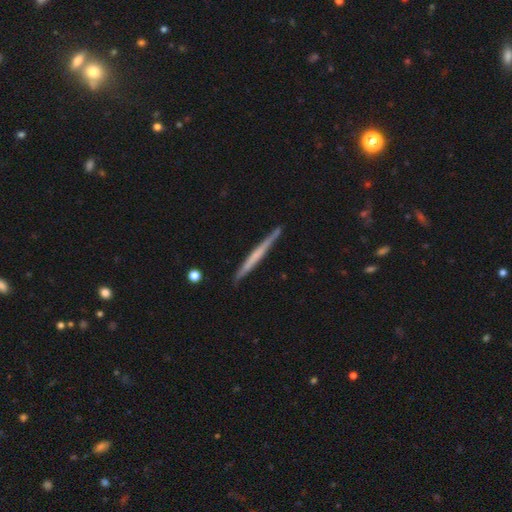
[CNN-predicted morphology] smooth_or_featured: featured or disk (p=0.53) [alt: smooth p=0.41]
disk_edge_on: yes (p=0.97) [alt: no p=0.03]
edge_on_bulge: none (p=0.83) [alt: rounded p=0.10]
merging: none (p=0.89) [alt: minor disturbance p=0.08]